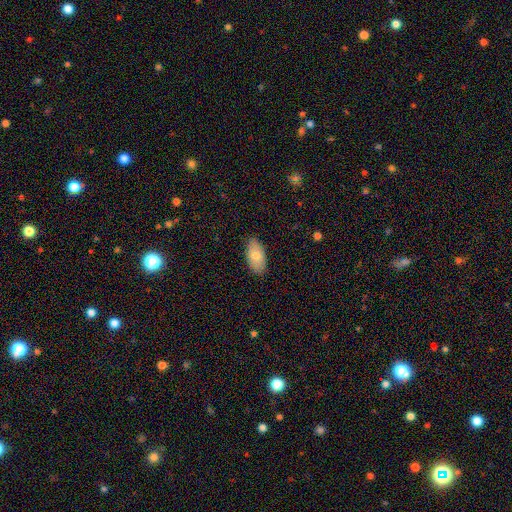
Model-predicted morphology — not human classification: Smooth or featured?
  - smooth: 79% *
  - featured or disk: 15%
  - star or artifact: 6%
How rounded?
  - in between: 93% *
  - cigar-shaped: 4%
  - round: 3%
Merging?
  - none: 85% *
  - minor disturbance: 11%
  - major disturbance: 2%
  - merger: 1%